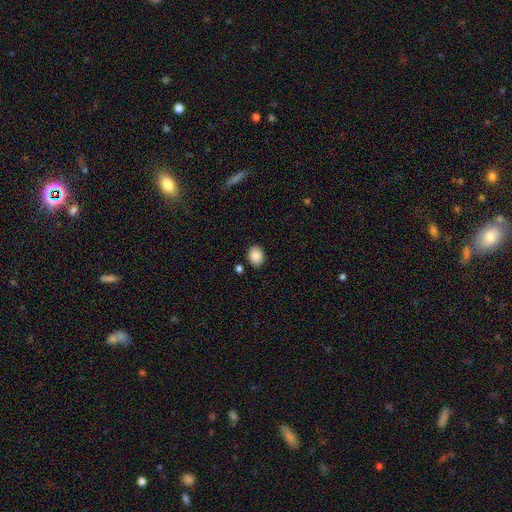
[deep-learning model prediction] A smooth galaxy with no disk features (88%) that is in between round and cigar-shaped (62%). Merging: none (86%).